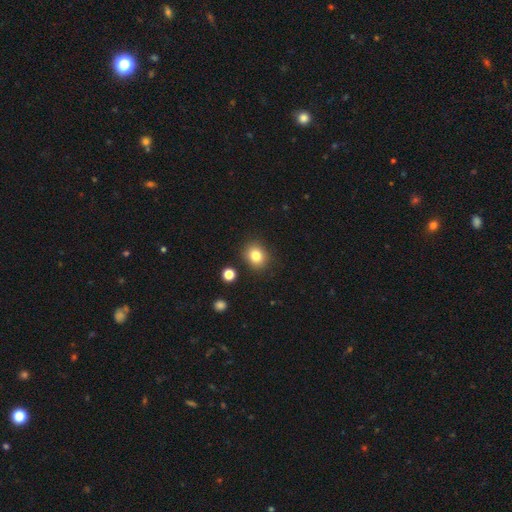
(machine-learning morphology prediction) Smooth or featured? smooth (81%)
How rounded? round (69%)
Merging? none (87%)